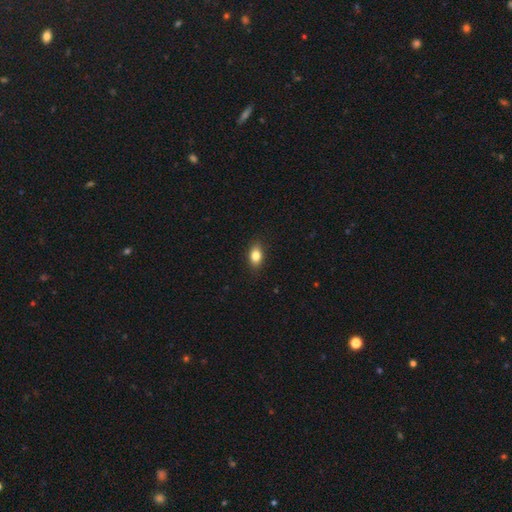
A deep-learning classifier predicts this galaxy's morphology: smooth 83%, featured or disk 9%, star or artifact 8%. Down the decision tree: how rounded — in between (83%); merging — none (87%).